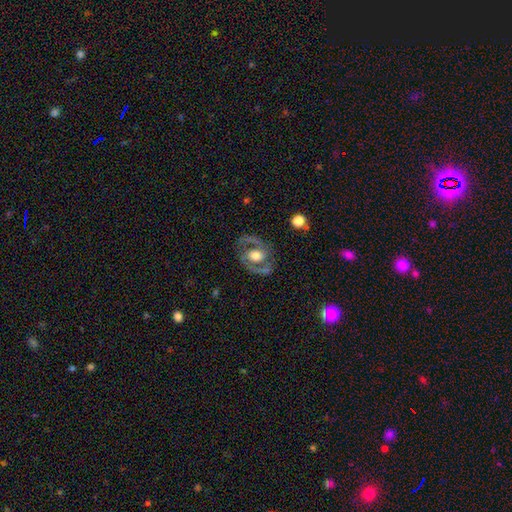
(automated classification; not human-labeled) This appears to be a featured or disk galaxy (82%) with no bar (54%), 2 (90%) medium (58%) spiral arms (87%) and a moderate central bulge (56%). Merging: none (77%).